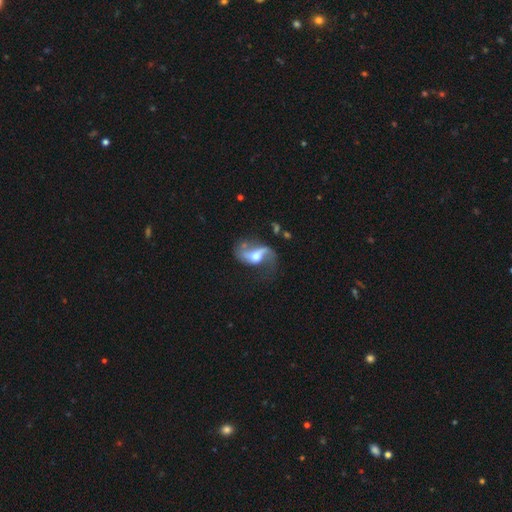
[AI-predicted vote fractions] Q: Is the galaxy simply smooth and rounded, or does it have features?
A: featured or disk — 83%.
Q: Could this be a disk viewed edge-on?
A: no — 96%.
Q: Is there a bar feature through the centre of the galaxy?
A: weak — 41%.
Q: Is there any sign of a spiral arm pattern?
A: yes — 92%.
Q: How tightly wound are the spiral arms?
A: loose — 80%.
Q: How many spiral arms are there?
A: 2 — 85%.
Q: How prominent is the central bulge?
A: moderate — 56%.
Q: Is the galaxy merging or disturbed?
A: none — 52%.